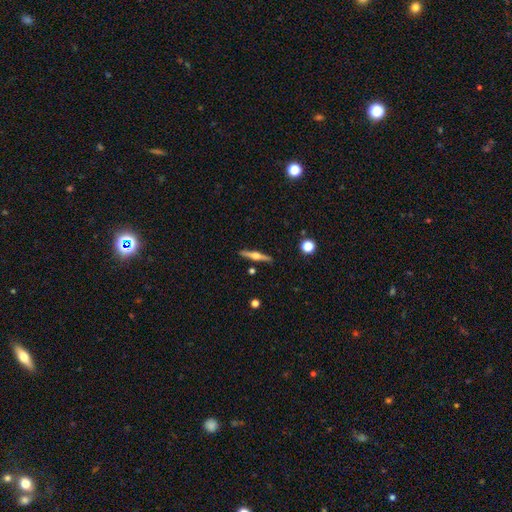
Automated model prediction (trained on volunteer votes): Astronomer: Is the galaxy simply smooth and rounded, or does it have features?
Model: featured or disk — 69%.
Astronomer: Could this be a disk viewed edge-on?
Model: yes — 98%.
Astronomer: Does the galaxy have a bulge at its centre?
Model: rounded — 93%.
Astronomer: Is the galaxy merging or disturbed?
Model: none — 89%.